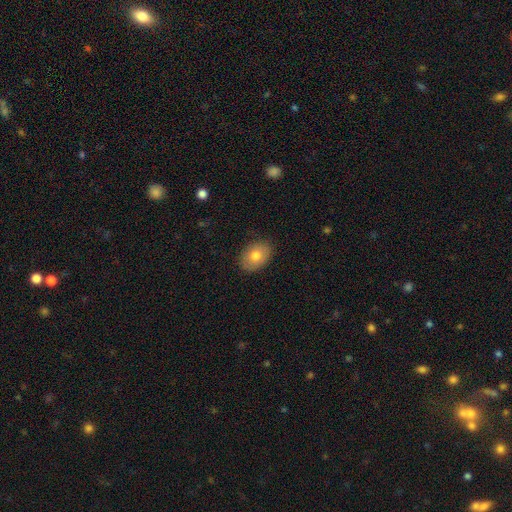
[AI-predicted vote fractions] Smooth or featured?
  - smooth: 76% *
  - featured or disk: 16%
  - star or artifact: 8%
How rounded?
  - in between: 74% *
  - round: 25%
  - cigar-shaped: 1%
Merging?
  - none: 85% *
  - minor disturbance: 11%
  - major disturbance: 2%
  - merger: 1%